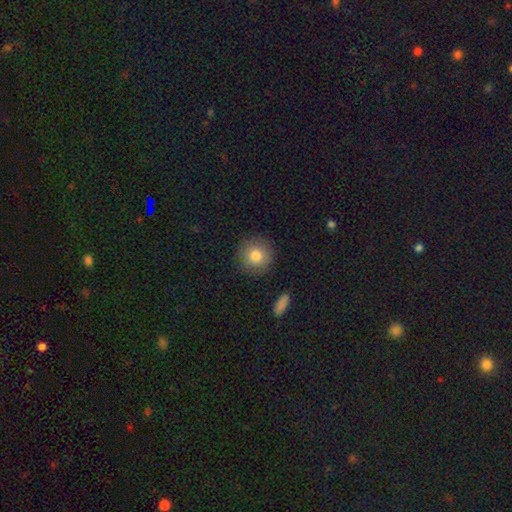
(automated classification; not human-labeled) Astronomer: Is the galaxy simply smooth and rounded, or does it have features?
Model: smooth — 80%.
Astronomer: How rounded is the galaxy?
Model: round — 94%.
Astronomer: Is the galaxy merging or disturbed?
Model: none — 88%.